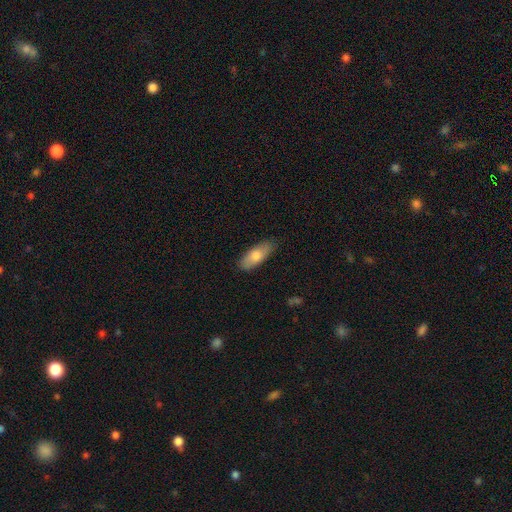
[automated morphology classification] smooth_or_featured: smooth (p=0.76) [alt: featured or disk p=0.19]
how_rounded: in between (p=0.75) [alt: cigar-shaped p=0.23]
merging: none (p=0.83) [alt: minor disturbance p=0.14]